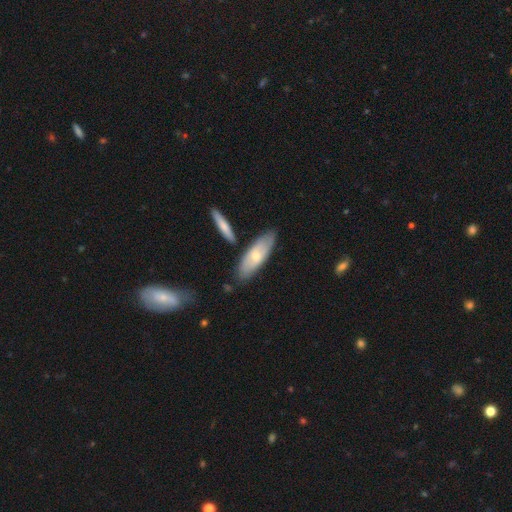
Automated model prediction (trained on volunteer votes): Morphology: type=smooth (57%); roundness=in between (62%); merging=none (75%).